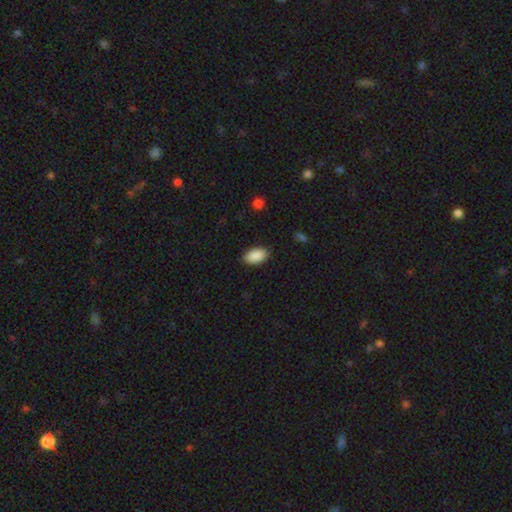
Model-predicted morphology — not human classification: The model was most divided on "merging": none: 88%, minor disturbance: 9%, major disturbance: 2%, merger: 1%. More confident: how rounded — in between (94%); smooth or featured — smooth (90%).